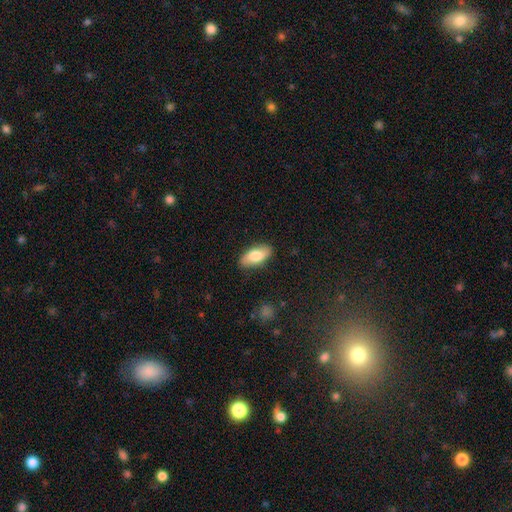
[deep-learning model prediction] Smooth or featured? smooth (74%)
How rounded? in between (89%)
Merging? none (84%)